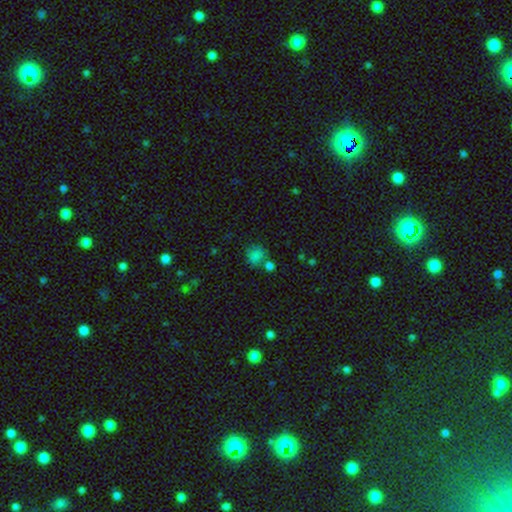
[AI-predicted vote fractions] Smooth or featured: smooth — 79% (star or artifact — 14%)
How rounded: round — 74% (in between — 24%)
Merging: none — 59% (merger — 18%)